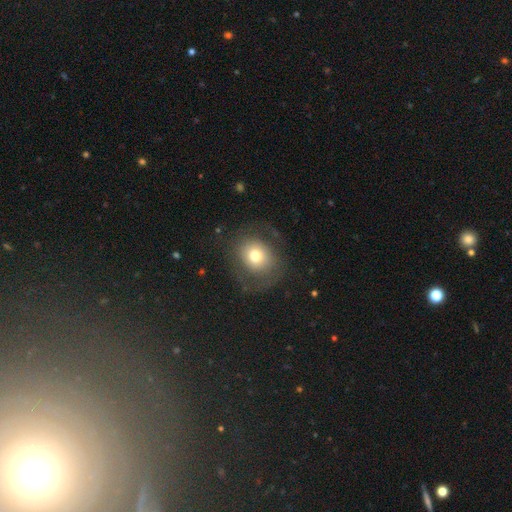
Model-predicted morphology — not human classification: Overall: smooth (66%). How rounded: round (67%; in between 32%). Merging: none (68%).